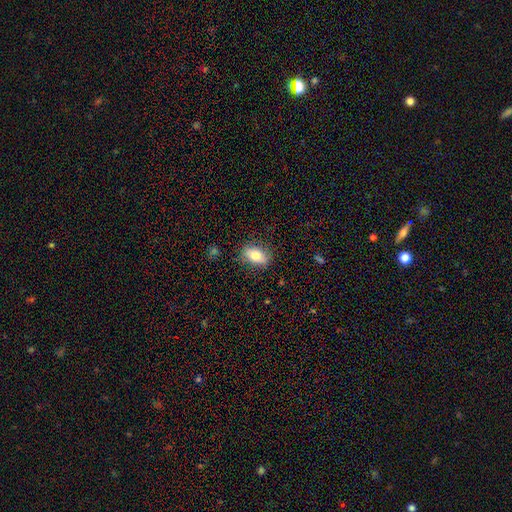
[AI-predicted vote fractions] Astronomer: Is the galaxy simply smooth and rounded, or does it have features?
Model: smooth — 76%.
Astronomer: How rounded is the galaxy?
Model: in between — 84%.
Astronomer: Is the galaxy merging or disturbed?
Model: none — 82%.